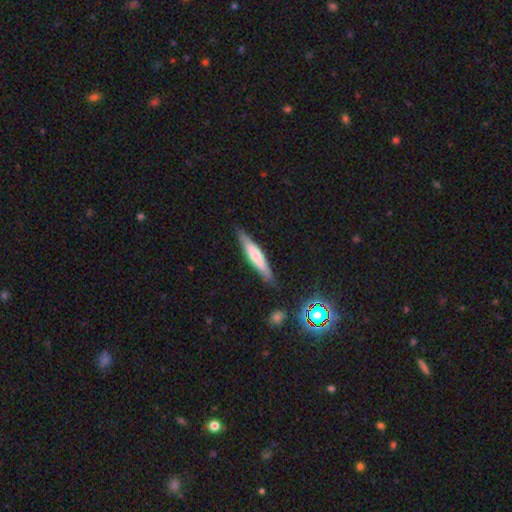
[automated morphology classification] smooth 53%, featured or disk 41%, star or artifact 6%. Down the decision tree: how rounded — cigar-shaped (89%); merging — none (86%).